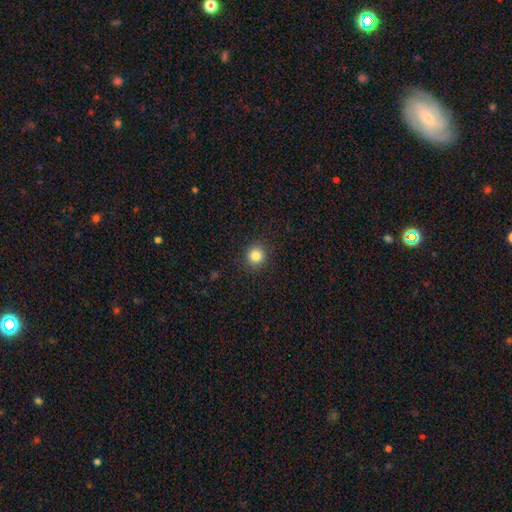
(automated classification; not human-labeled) smooth 84%, star or artifact 11%, featured or disk 5%. Down the decision tree: how rounded — round (93%); merging — none (90%).